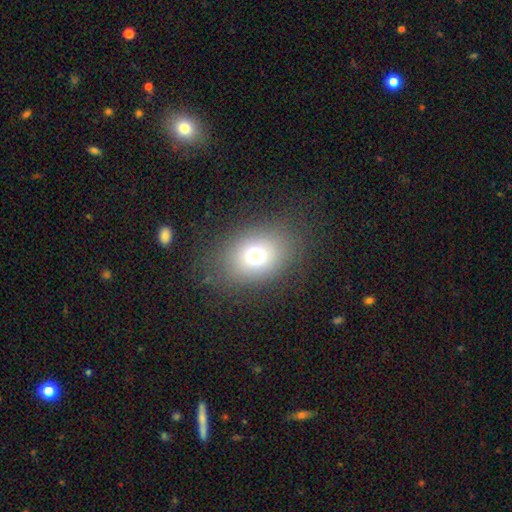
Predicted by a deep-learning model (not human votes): This is likely a smooth galaxy (71%). How rounded: possibly in between (56%). Merging: clearly none (81%).